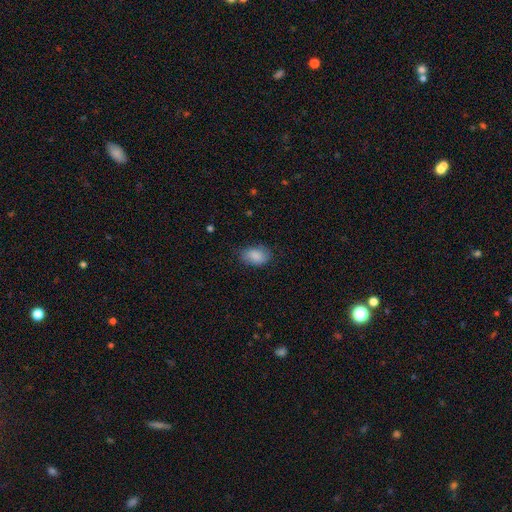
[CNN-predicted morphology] smooth-or-featured: smooth: 87% | star or artifact: 7% | featured or disk: 6%
  how-rounded: in between: 87% | round: 12% | cigar-shaped: 1%
  merging: none: 74% | minor disturbance: 20% | major disturbance: 5% | merger: 1%